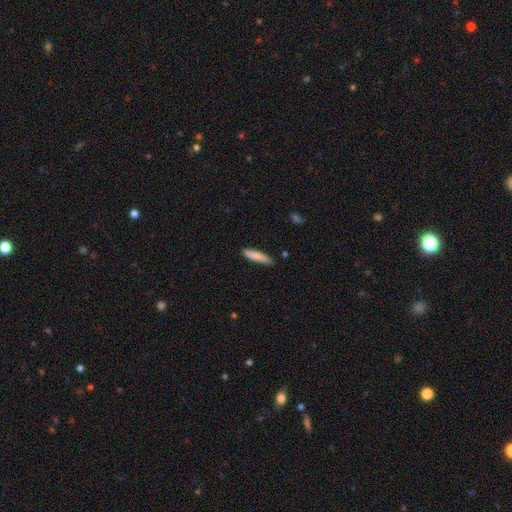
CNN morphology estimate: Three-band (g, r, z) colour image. It shows a smooth galaxy with no disk features (80%) that is cigar-shaped (84%). Merging: none (85%).